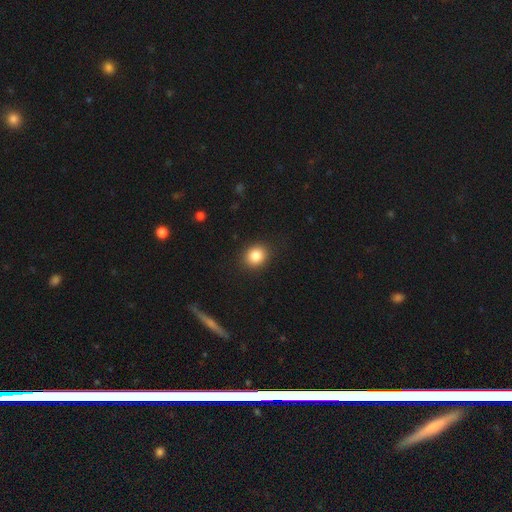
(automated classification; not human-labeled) Smooth or featured?
  - smooth: 85% *
  - star or artifact: 10%
  - featured or disk: 6%
How rounded?
  - round: 70% *
  - in between: 29%
  - cigar-shaped: 1%
Merging?
  - none: 90% *
  - minor disturbance: 7%
  - major disturbance: 2%
  - merger: 1%